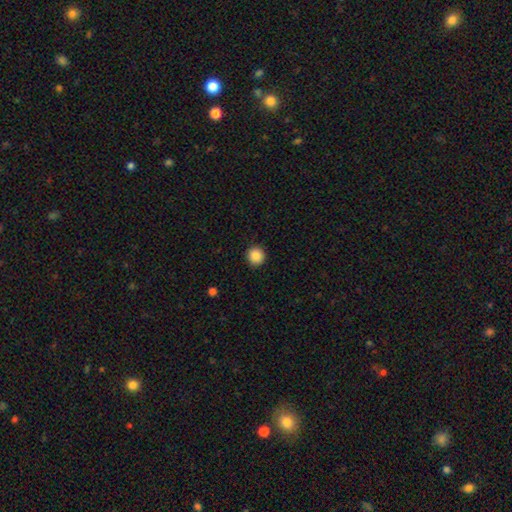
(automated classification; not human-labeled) smooth_or_featured: smooth (p=0.88) [alt: star or artifact p=0.09]
how_rounded: round (p=0.94) [alt: in between p=0.05]
merging: none (p=0.92) [alt: minor disturbance p=0.05]